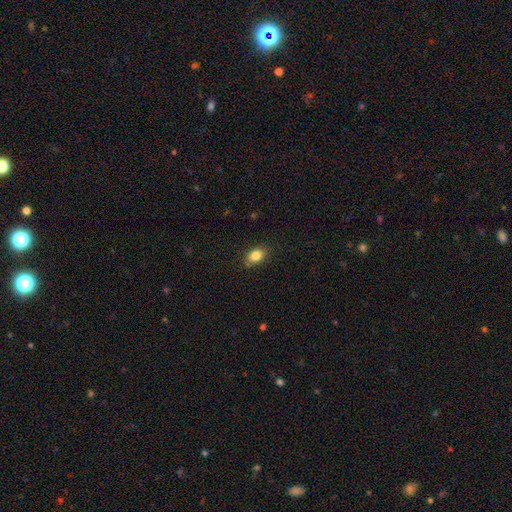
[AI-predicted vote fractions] This is clearly a smooth galaxy (85%). How rounded: clearly in between (81%). Merging: clearly none (82%).